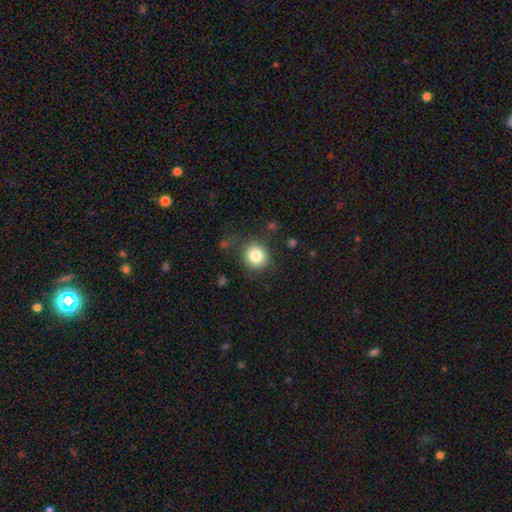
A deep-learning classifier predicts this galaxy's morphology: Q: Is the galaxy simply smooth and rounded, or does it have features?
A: smooth — 83%.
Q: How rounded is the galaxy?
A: round — 88%.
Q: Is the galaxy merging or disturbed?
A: none — 82%.